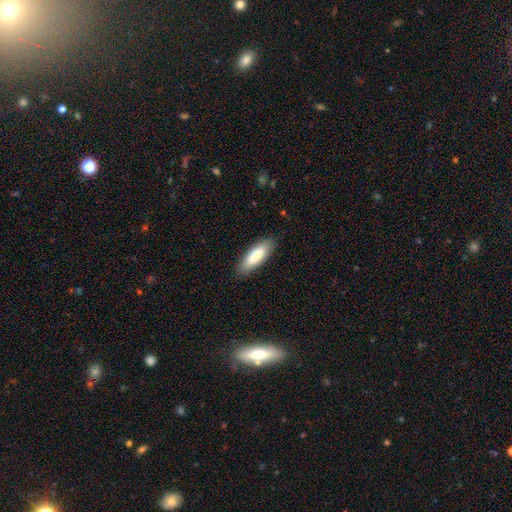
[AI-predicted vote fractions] smooth-or-featured: smooth: 84% | featured or disk: 11% | star or artifact: 6%
  how-rounded: in between: 58% | cigar-shaped: 41% | round: 1%
  merging: none: 86% | minor disturbance: 10% | major disturbance: 2% | merger: 1%